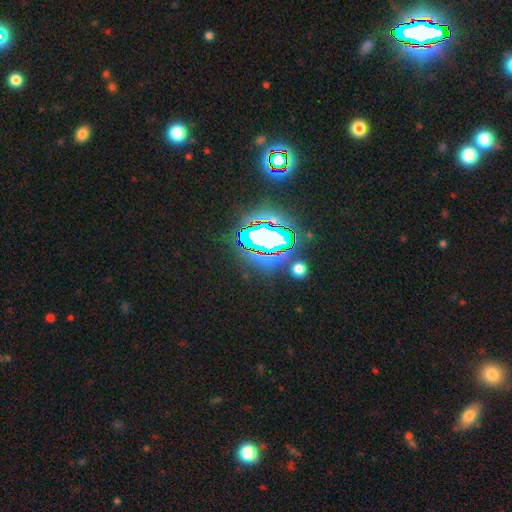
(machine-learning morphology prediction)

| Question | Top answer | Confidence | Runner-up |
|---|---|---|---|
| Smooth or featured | star or artifact | 79% | smooth (11%) |